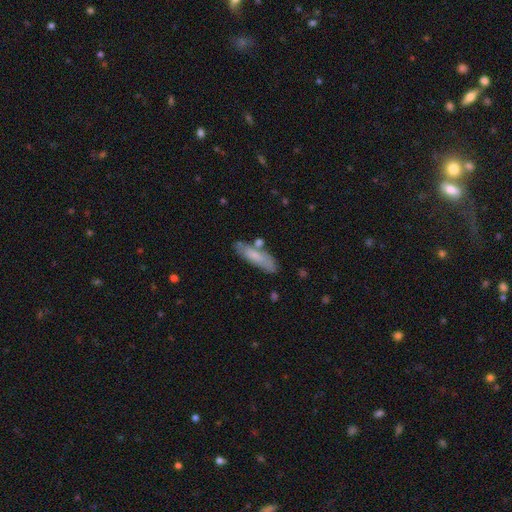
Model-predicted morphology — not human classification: Smooth or featured? Predicted: smooth (p=0.73). How rounded? Predicted: cigar-shaped (p=0.61). Merging? Predicted: none (p=0.69).